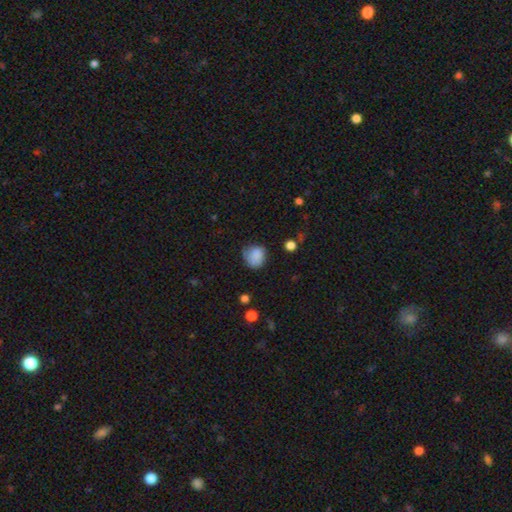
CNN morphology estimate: Smooth or featured: smooth — 84% (star or artifact — 10%)
How rounded: round — 73% (in between — 27%)
Merging: none — 59% (minor disturbance — 29%)